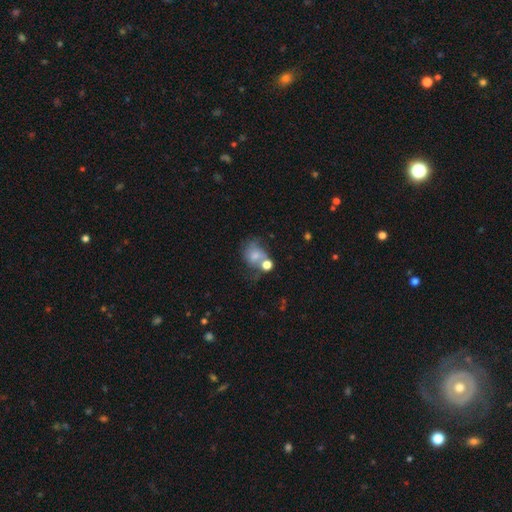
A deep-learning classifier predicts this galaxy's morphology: A smooth galaxy with no disk features (63%) that is in between round and cigar-shaped (52%). Merging: merger (32%).